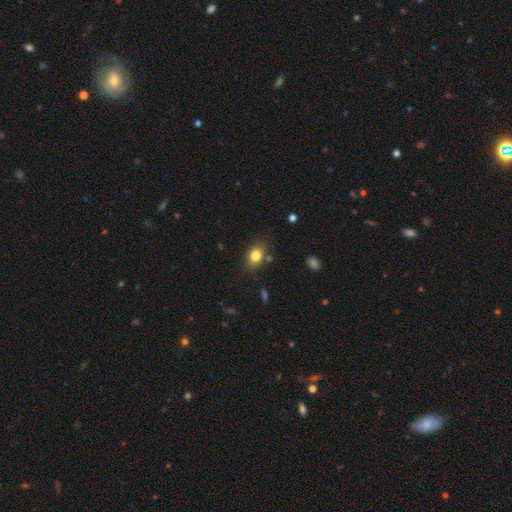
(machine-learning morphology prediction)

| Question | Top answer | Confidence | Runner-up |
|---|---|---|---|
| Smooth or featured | smooth | 81% | star or artifact (9%) |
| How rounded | in between | 79% | round (20%) |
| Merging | none | 79% | minor disturbance (14%) |